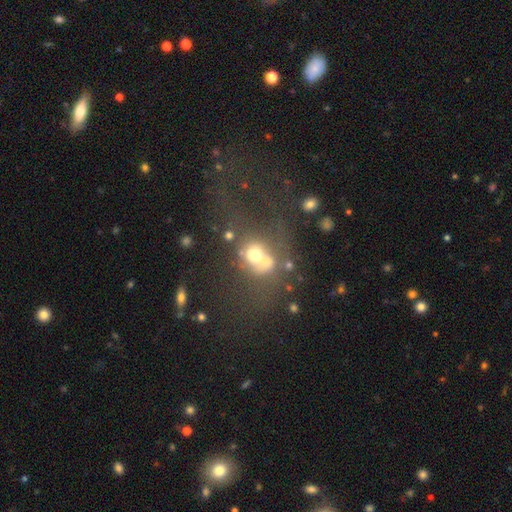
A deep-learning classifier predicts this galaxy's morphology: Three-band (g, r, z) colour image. It shows a smooth galaxy with no disk features (48%). Merging: merger (35%).